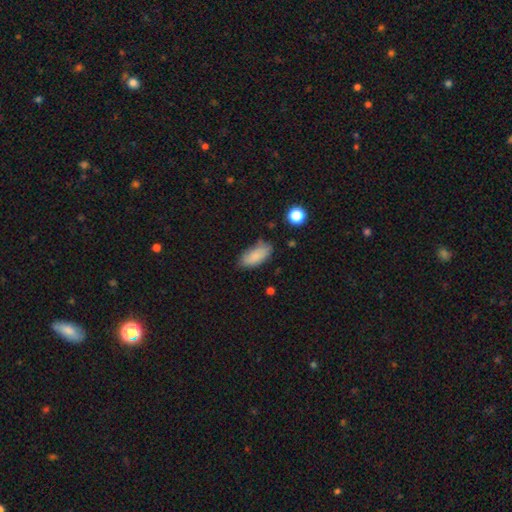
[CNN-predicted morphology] type=smooth (86%); roundness=in between (88%); merging=none (75%).